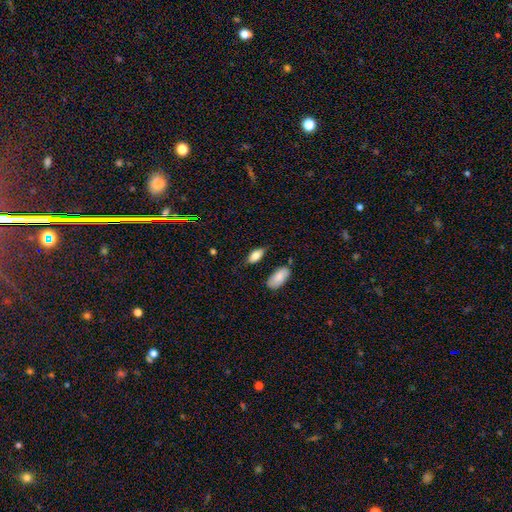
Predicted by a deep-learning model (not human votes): Smooth or featured? smooth (80%)
How rounded? in between (87%)
Merging? none (71%)